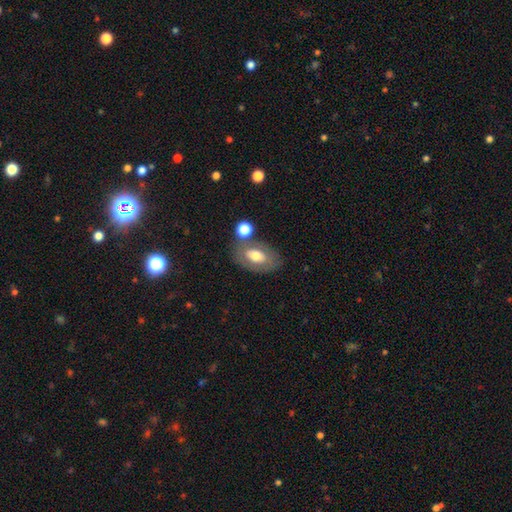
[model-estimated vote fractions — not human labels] Smooth or featured? Predicted: smooth (p=0.58). How rounded? Predicted: in between (p=0.87). Merging? Predicted: none (p=0.63).